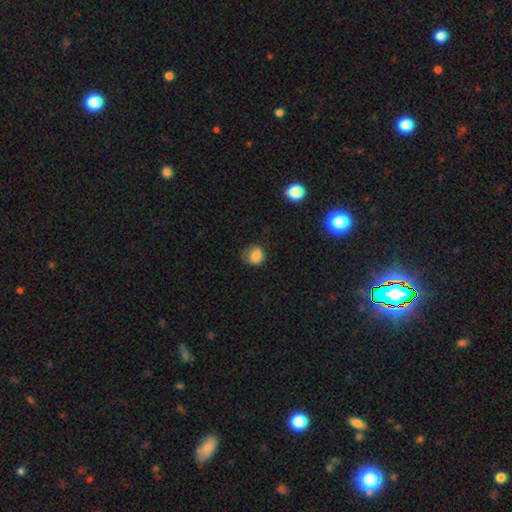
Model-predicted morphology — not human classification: type=smooth (82%); roundness=round (67%); merging=none (59%).